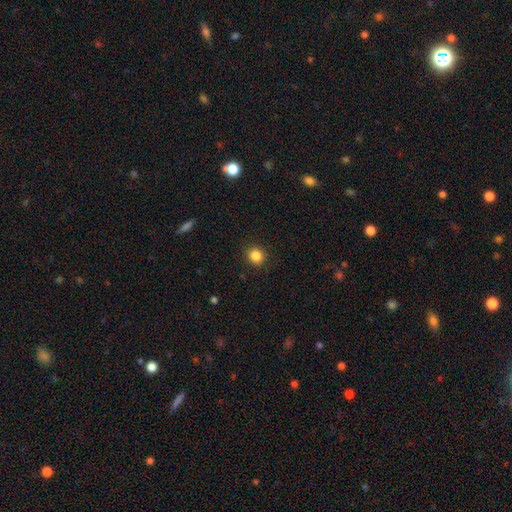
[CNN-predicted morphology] Smooth or featured: smooth — 85% (star or artifact — 11%)
How rounded: round — 86% (in between — 13%)
Merging: none — 91% (minor disturbance — 6%)